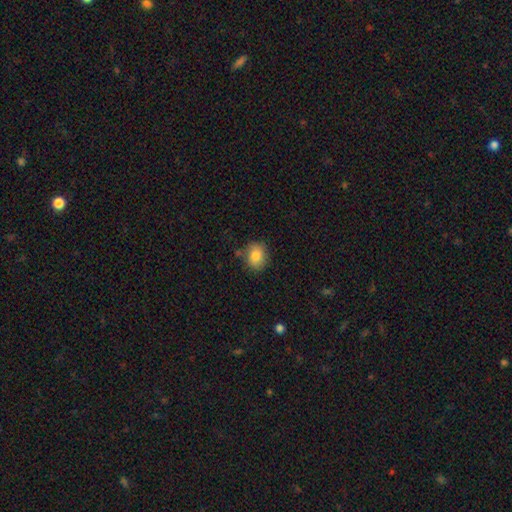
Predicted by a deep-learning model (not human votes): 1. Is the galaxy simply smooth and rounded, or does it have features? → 83% smooth, 9% star or artifact, 8% featured or disk.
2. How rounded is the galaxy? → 57% round, 42% in between, 1% cigar-shaped.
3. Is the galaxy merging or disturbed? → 79% none, 14% minor disturbance, 3% merger, 3% major disturbance.